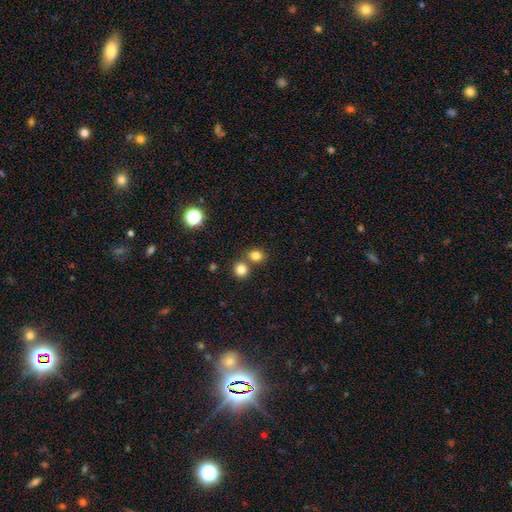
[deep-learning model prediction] A smooth galaxy with no disk features (81%) that is round (70%). Merging: none (58%).